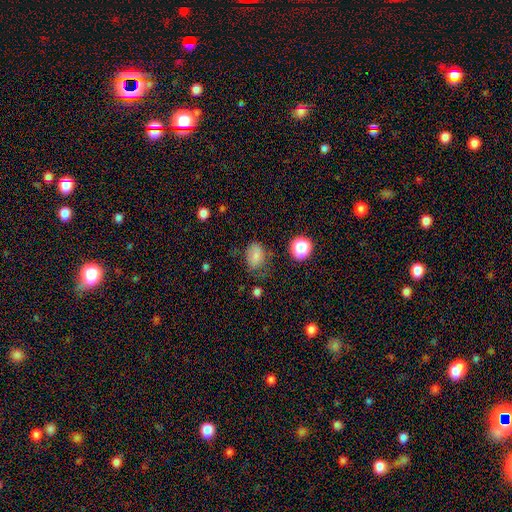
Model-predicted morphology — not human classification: smooth-or-featured: smooth: 75% | star or artifact: 14% | featured or disk: 11%
  how-rounded: in between: 71% | round: 28% | cigar-shaped: 1%
  merging: none: 55% | minor disturbance: 29% | major disturbance: 13% | merger: 3%